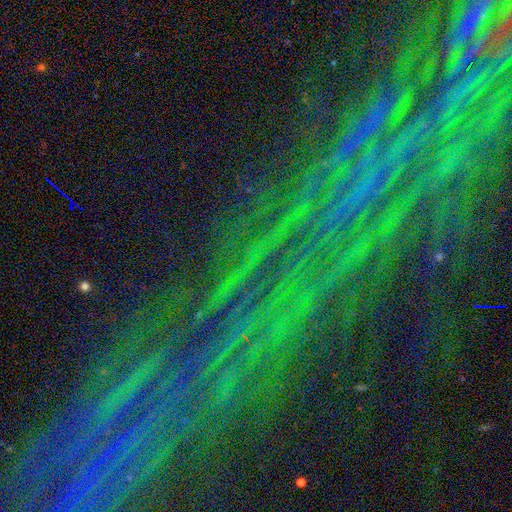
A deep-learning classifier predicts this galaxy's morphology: The model was most divided on "smooth or featured": star or artifact: 84%, featured or disk: 9%, smooth: 7%.